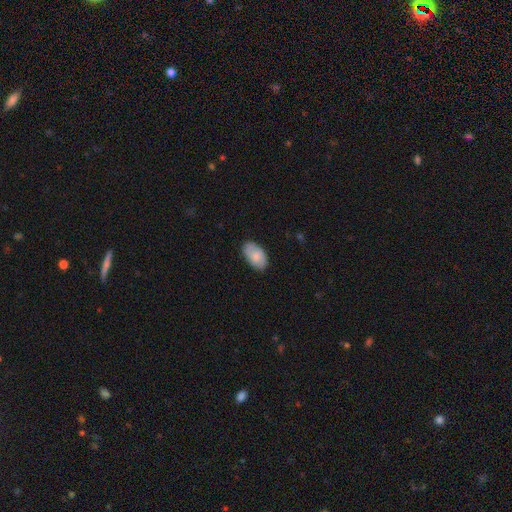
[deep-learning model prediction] smooth-or-featured: smooth: 76% | featured or disk: 18% | star or artifact: 6%
  how-rounded: in between: 94% | round: 5% | cigar-shaped: 1%
  merging: none: 76% | minor disturbance: 19% | major disturbance: 3% | merger: 1%